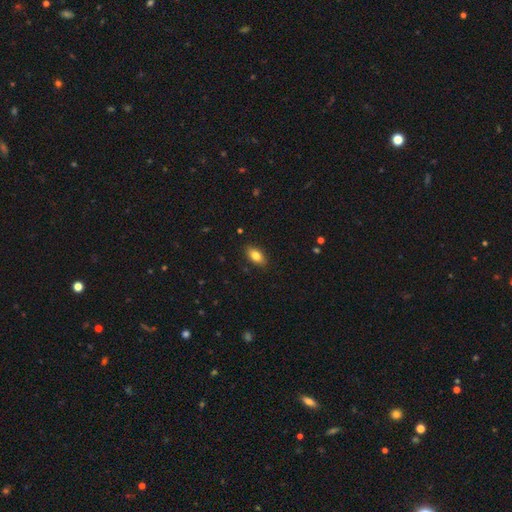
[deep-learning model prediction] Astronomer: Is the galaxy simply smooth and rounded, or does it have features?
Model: smooth — 82%.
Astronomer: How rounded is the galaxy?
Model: in between — 89%.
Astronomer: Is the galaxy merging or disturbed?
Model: none — 87%.